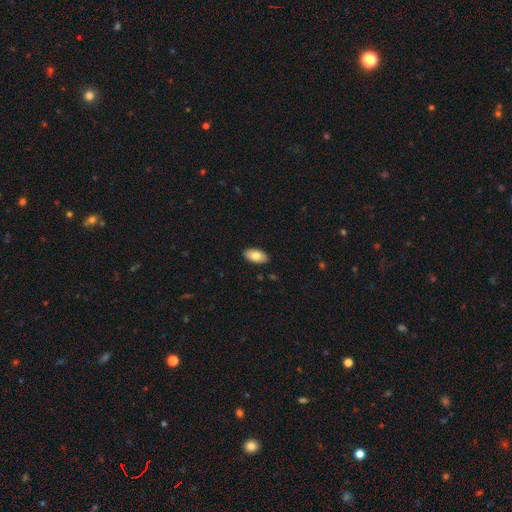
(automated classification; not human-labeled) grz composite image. It shows a smooth galaxy with no disk features (77%) that is in between round and cigar-shaped (94%). Merging: none (89%).